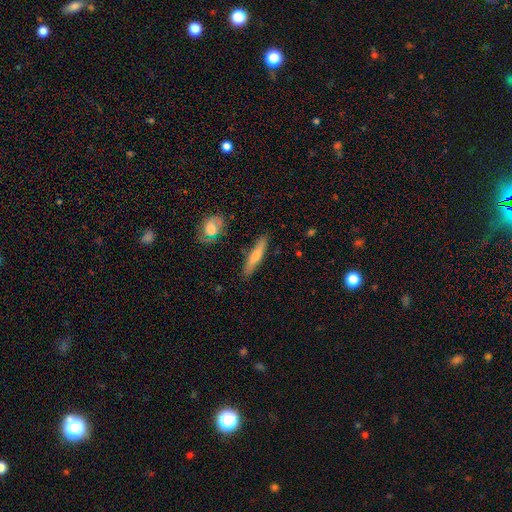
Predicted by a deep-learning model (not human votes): Q: Smooth or featured?
A: smooth (60%); runner-up: featured or disk (33%)
Q: How rounded?
A: cigar-shaped (89%); runner-up: in between (9%)
Q: Merging?
A: none (86%); runner-up: minor disturbance (10%)